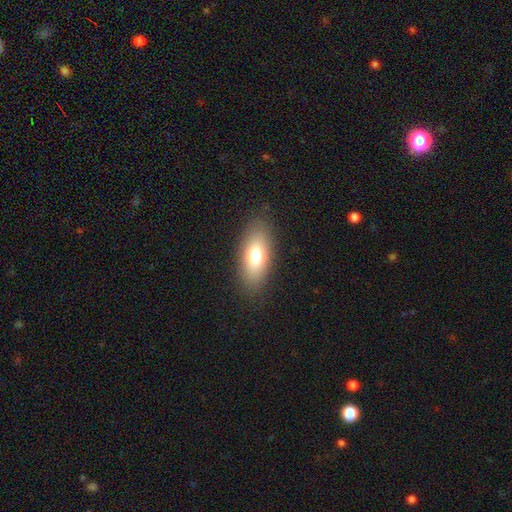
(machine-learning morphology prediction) Q: Smooth or featured?
A: smooth (72%); runner-up: featured or disk (19%)
Q: How rounded?
A: in between (84%); runner-up: cigar-shaped (11%)
Q: Merging?
A: none (86%); runner-up: minor disturbance (10%)